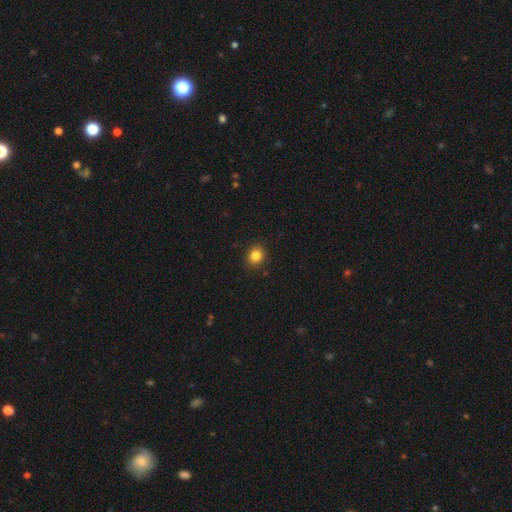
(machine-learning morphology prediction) A smooth galaxy with no disk features (84%) that is round (78%). Merging: none (90%).